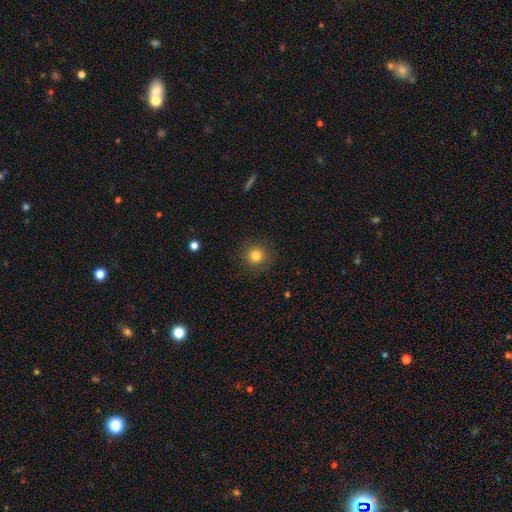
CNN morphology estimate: A smooth galaxy with no disk features (82%) that is round (94%).

Vote fractions:
- Smooth or featured? smooth: 82% / star or artifact: 12% / featured or disk: 7%
- How rounded? round: 94% / in between: 5% / cigar-shaped: 1%
- Merging? none: 88% / minor disturbance: 8% / major disturbance: 3% / merger: 1%